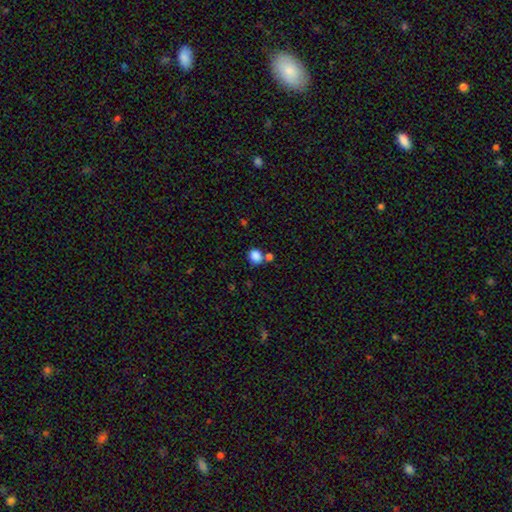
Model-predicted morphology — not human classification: smooth-or-featured: smooth: 85% | star or artifact: 10% | featured or disk: 4%
  how-rounded: round: 73% | in between: 26% | cigar-shaped: 1%
  merging: none: 63% | merger: 22% | minor disturbance: 11% | major disturbance: 4%